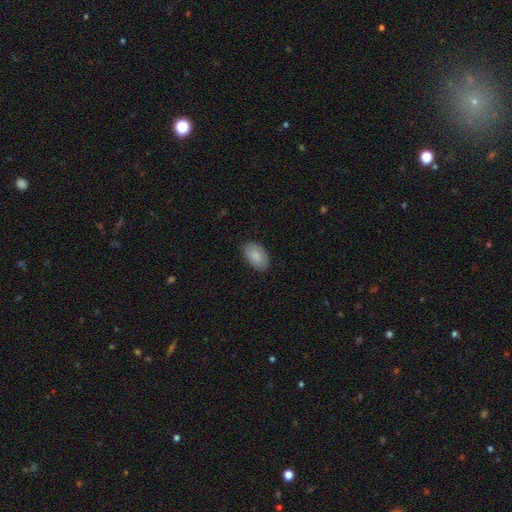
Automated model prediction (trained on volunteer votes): smooth 86%, featured or disk 8%, star or artifact 6%. Down the decision tree: how rounded — in between (93%); merging — none (85%).